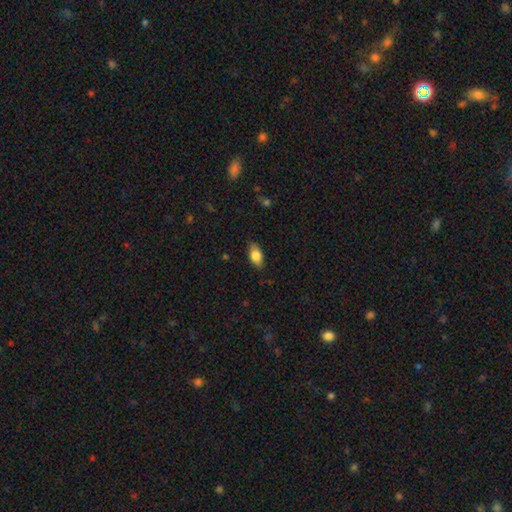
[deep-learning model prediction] Smooth or featured? smooth (80%)
How rounded? in between (90%)
Merging? none (84%)